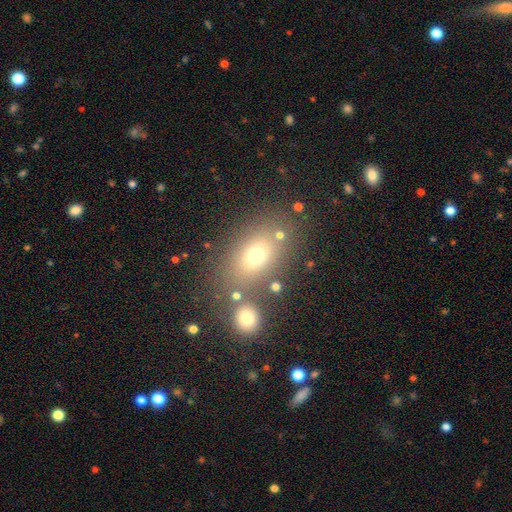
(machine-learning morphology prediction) smooth-or-featured: smooth: 67% | star or artifact: 17% | featured or disk: 16%
  how-rounded: in between: 72% | round: 25% | cigar-shaped: 3%
  merging: none: 69% | merger: 14% | minor disturbance: 11% | major disturbance: 6%